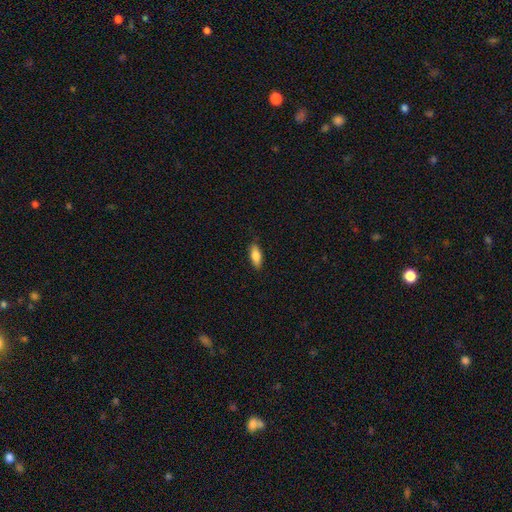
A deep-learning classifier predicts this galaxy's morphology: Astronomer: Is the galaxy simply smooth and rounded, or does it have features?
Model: smooth — 80%.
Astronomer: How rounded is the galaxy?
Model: in between — 76%.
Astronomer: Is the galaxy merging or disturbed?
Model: none — 85%.